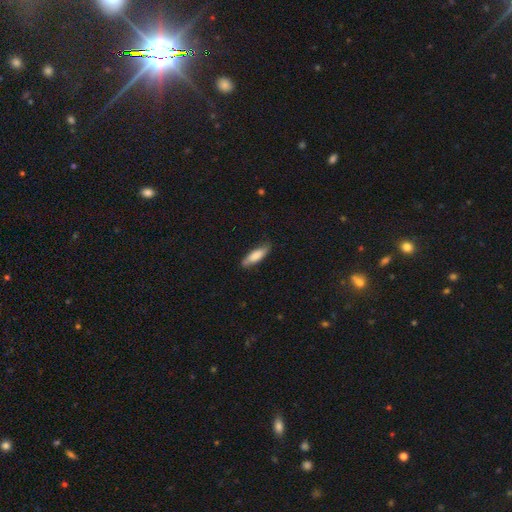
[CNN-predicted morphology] Smooth or featured? smooth (79%)
How rounded? cigar-shaped (54%)
Merging? none (79%)